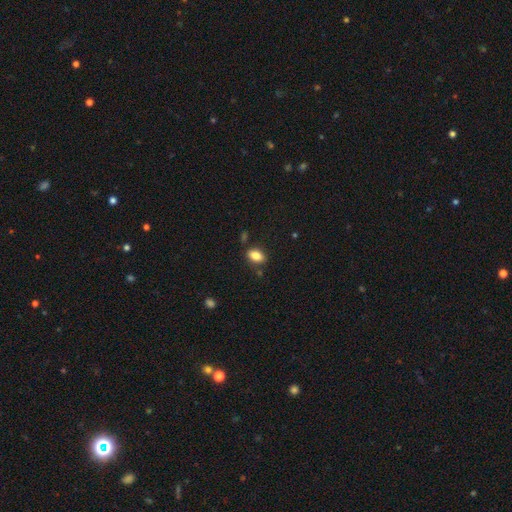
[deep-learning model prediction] A smooth galaxy with no disk features (84%) that is in between round and cigar-shaped (86%). Merging: none (81%).